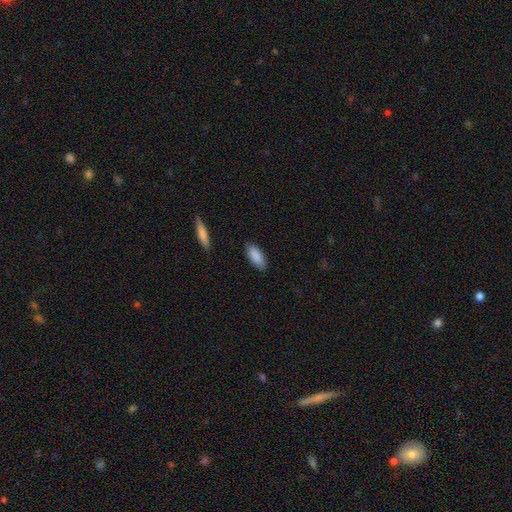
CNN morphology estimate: A smooth galaxy with no disk features (89%) that is in between round and cigar-shaped (81%). Merging: none (86%).